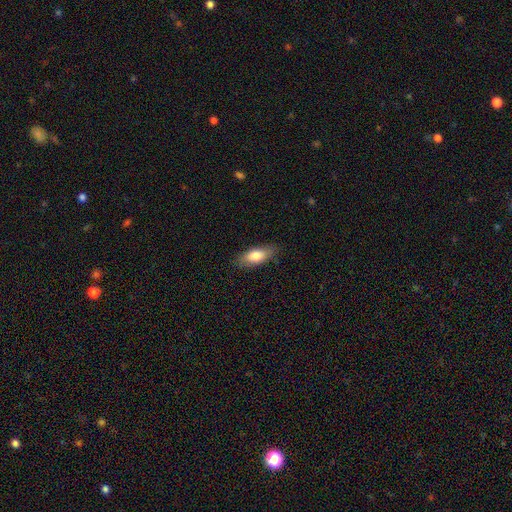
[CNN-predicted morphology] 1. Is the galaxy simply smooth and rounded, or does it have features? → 78% smooth, 15% featured or disk, 7% star or artifact.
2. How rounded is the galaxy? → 79% in between, 18% cigar-shaped, 3% round.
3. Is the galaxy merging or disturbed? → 82% none, 14% minor disturbance, 3% major disturbance, 1% merger.